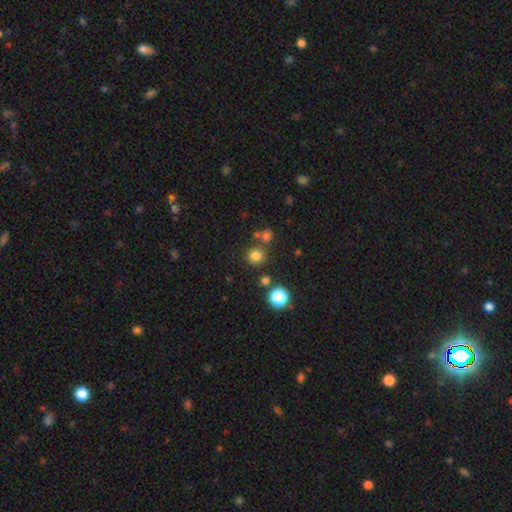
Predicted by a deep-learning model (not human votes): Morphology: type=smooth (77%); roundness=round (92%); merging=none (78%).